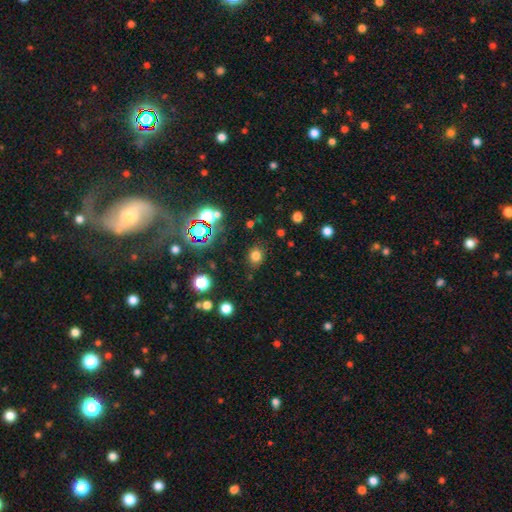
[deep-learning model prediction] A smooth galaxy with no disk features (73%) that is round (72%). Merging: none (83%).